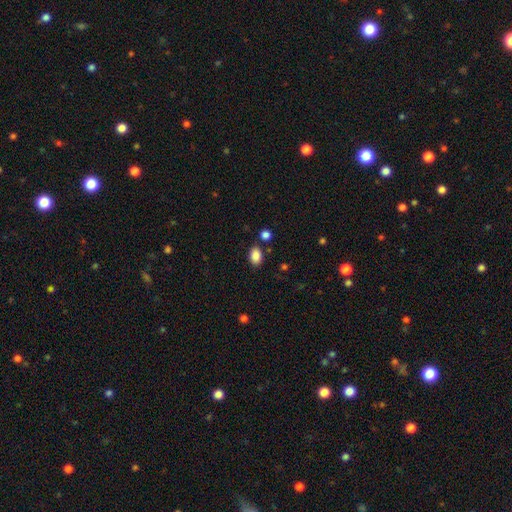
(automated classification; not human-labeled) This appears to be a smooth galaxy with no disk features (87%) that is in between round and cigar-shaped (81%). Merging: none (82%).